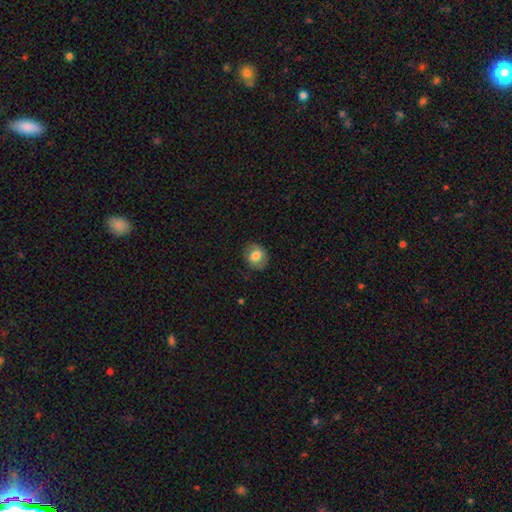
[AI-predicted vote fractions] Smooth or featured: smooth — 74% (featured or disk — 18%)
How rounded: round — 60% (in between — 39%)
Merging: none — 82% (minor disturbance — 13%)